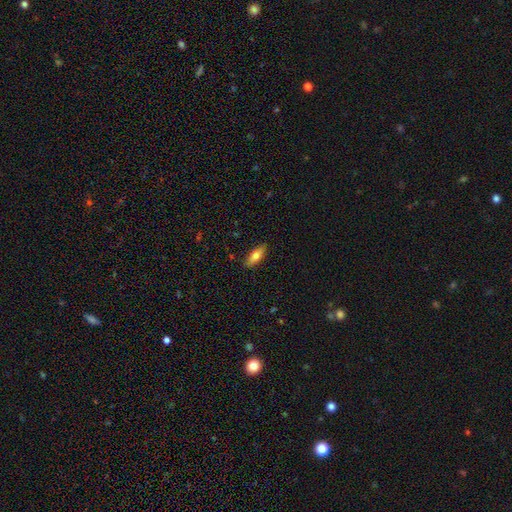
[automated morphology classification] A smooth galaxy with no disk features (74%) that is in between round and cigar-shaped (63%). Merging: none (86%).